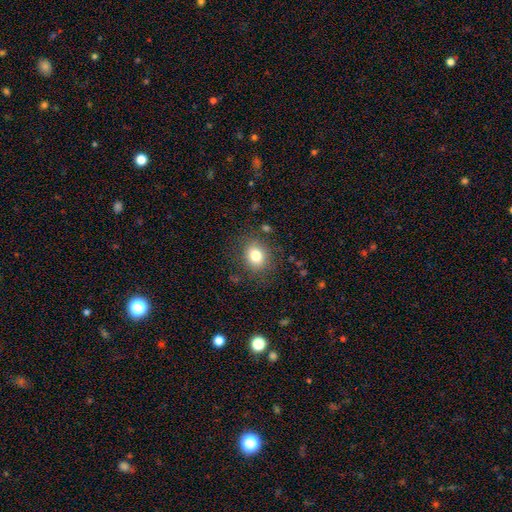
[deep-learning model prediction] Morphology: type=smooth (80%); roundness=round (61%); merging=none (82%).